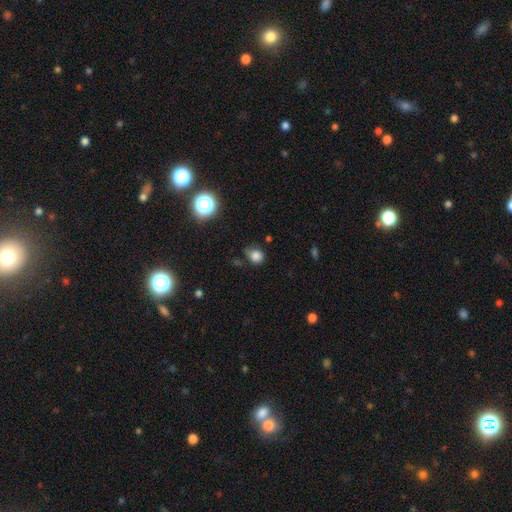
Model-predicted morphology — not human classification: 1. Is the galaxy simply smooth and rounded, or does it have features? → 80% smooth, 14% star or artifact, 6% featured or disk.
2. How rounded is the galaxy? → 70% round, 29% in between, 1% cigar-shaped.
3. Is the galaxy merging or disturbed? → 59% none, 29% minor disturbance, 8% major disturbance, 4% merger.